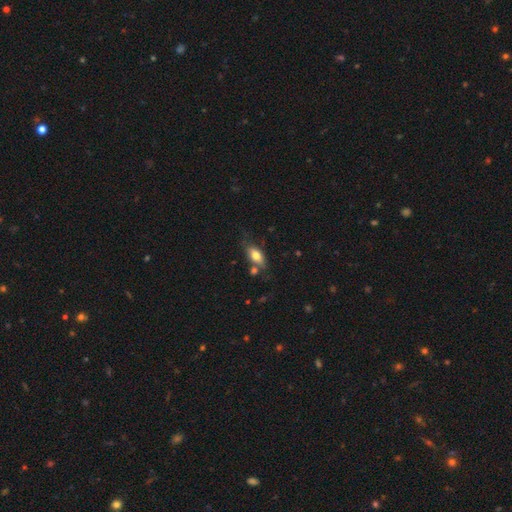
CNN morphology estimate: type=smooth (74%); roundness=in between (86%); merging=none (63%).